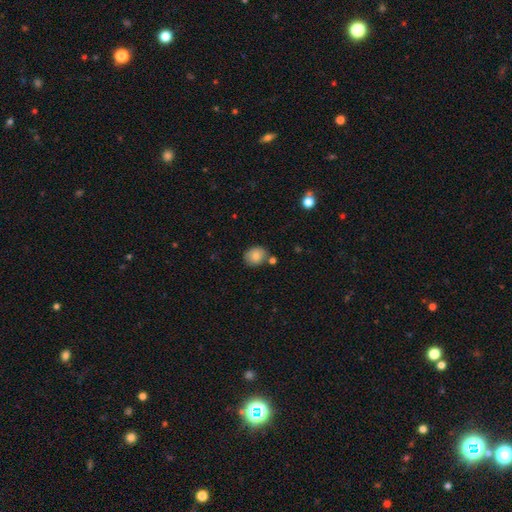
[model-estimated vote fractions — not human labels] This appears to be a smooth galaxy with no disk features (83%) that is round (61%). Merging: none (72%).